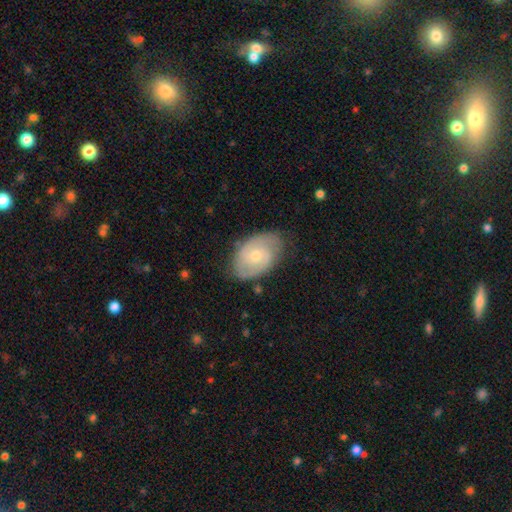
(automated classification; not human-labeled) Q: Smooth or featured?
A: featured or disk (73%); runner-up: smooth (22%)
Q: Edge-on disk?
A: no (97%); runner-up: yes (3%)
Q: Bar?
A: no (65%); runner-up: weak (31%)
Q: Spiral arms?
A: yes (91%); runner-up: no (9%)
Q: Spiral winding?
A: tight (48%); runner-up: medium (41%)
Q: Spiral arm count?
A: 2 (75%); runner-up: can't tell (15%)
Q: Bulge size?
A: small (56%); runner-up: moderate (40%)
Q: Merging?
A: none (75%); runner-up: minor disturbance (19%)